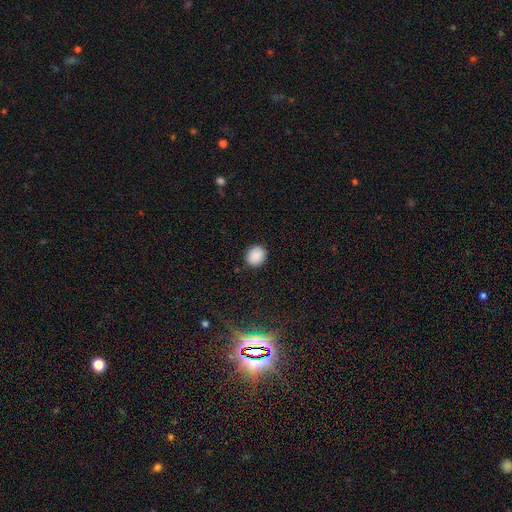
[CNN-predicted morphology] type=smooth (89%); roundness=round (76%); merging=none (90%).